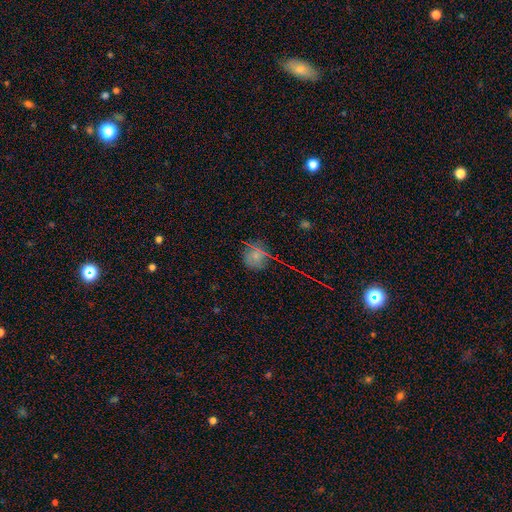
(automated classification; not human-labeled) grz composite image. It shows a smooth galaxy with no disk features (65%) that is round (88%). Merging: none (78%).